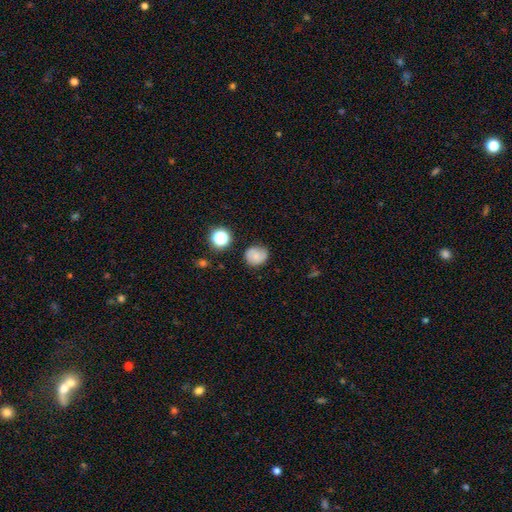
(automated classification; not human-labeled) A smooth galaxy with no disk features (66%) that is round (78%).

Vote fractions:
- Smooth or featured? smooth: 66% / featured or disk: 22% / star or artifact: 12%
- How rounded? round: 78% / in between: 21% / cigar-shaped: 1%
- Merging? none: 76% / minor disturbance: 18% / major disturbance: 4% / merger: 2%